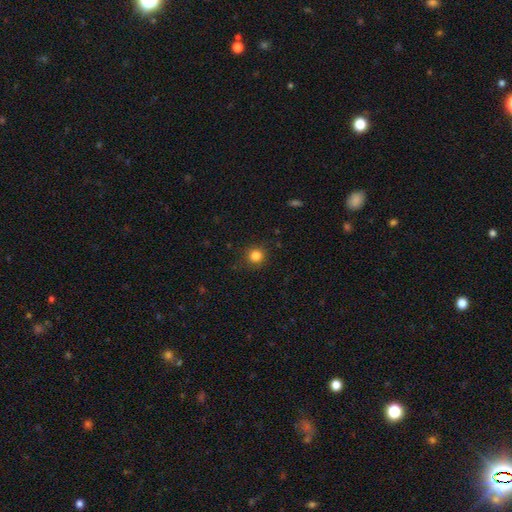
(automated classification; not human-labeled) Overall: smooth (84%). How rounded: round (91%). Merging: none (88%).